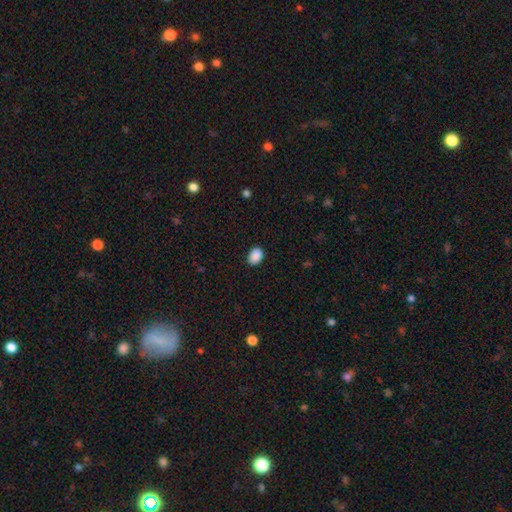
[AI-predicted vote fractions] Smooth or featured? Predicted: smooth (p=0.90). How rounded? Predicted: in between (p=0.75). Merging? Predicted: none (p=0.88).